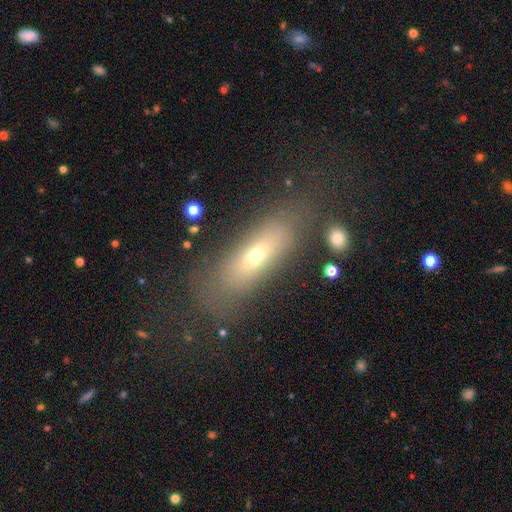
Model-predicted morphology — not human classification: Q: Smooth or featured?
A: smooth (56%); runner-up: featured or disk (31%)
Q: How rounded?
A: in between (51%); runner-up: cigar-shaped (45%)
Q: Merging?
A: none (69%); runner-up: minor disturbance (16%)